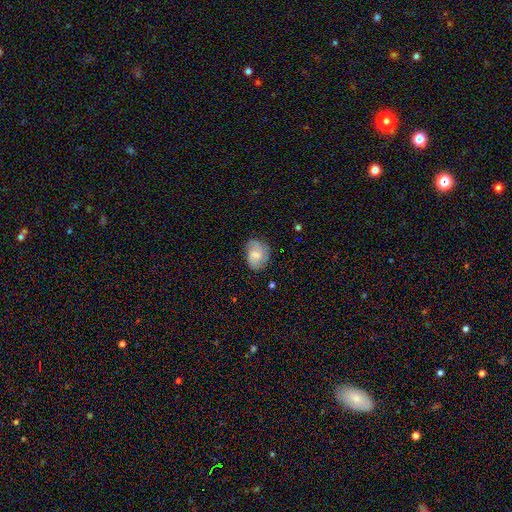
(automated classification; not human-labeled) smooth_or_featured: smooth (p=0.51) [alt: featured or disk p=0.41]
how_rounded: in between (p=0.62) [alt: round p=0.37]
merging: none (p=0.63) [alt: minor disturbance p=0.26]